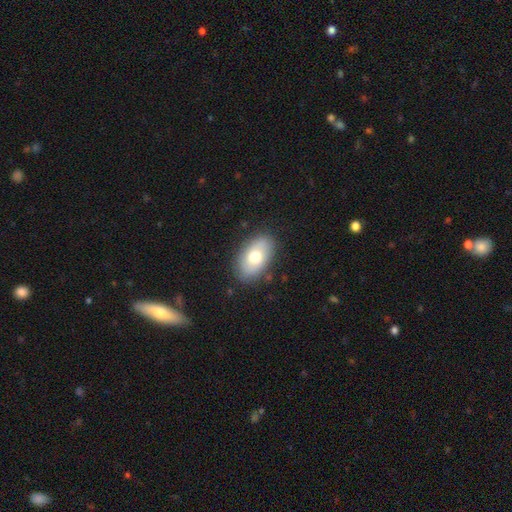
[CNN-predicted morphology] Smooth or featured?
  - smooth: 69% *
  - featured or disk: 22%
  - star or artifact: 9%
How rounded?
  - in between: 92% *
  - round: 6%
  - cigar-shaped: 2%
Merging?
  - none: 85% *
  - minor disturbance: 10%
  - major disturbance: 3%
  - merger: 2%